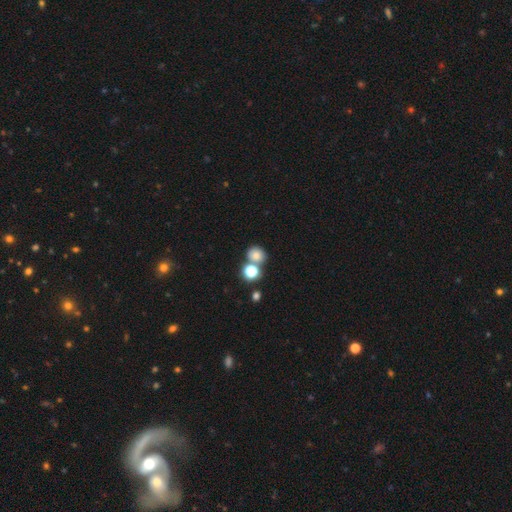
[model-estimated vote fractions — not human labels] Morphology: type=smooth (76%); roundness=round (77%); merging=none (59%).